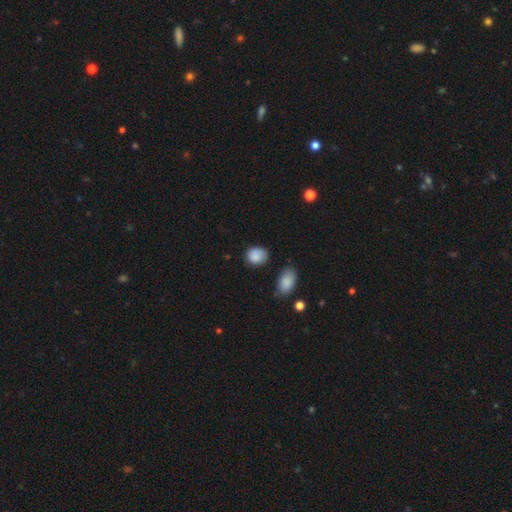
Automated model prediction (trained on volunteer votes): Morphology: type=smooth (87%); roundness=round (62%); merging=none (68%).